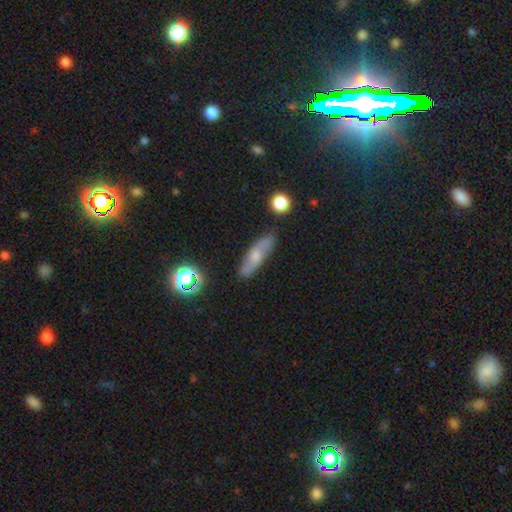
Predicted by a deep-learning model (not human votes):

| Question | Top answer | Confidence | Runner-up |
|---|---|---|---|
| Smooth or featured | smooth | 47% | featured or disk (43%) |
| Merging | none | 83% | minor disturbance (12%) |